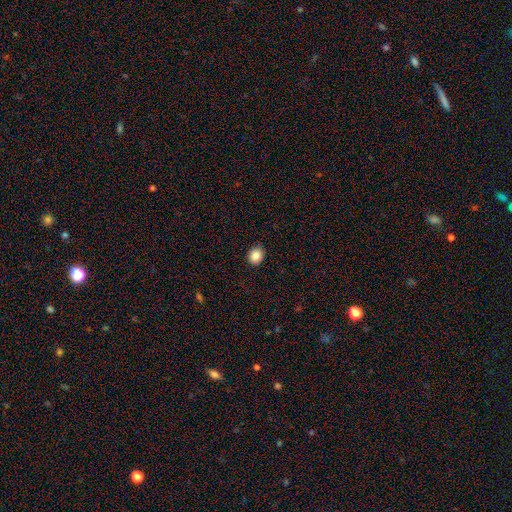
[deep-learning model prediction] The model was most divided on "how rounded": round: 70%, in between: 29%, cigar-shaped: 1%. More confident: merging — none (89%); smooth or featured — smooth (86%).